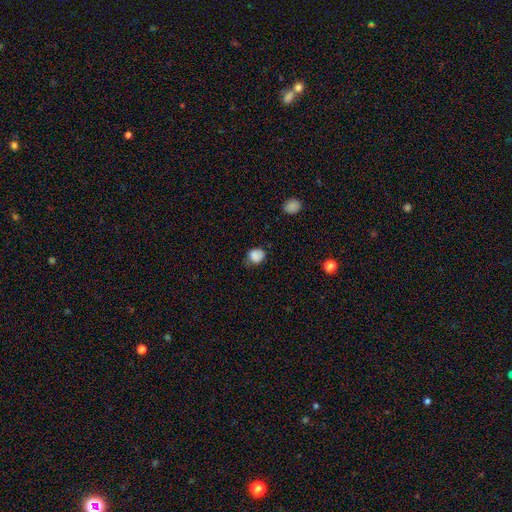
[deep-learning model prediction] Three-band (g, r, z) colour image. It shows a smooth galaxy with no disk features (85%) that is round (65%). Merging: none (63%).